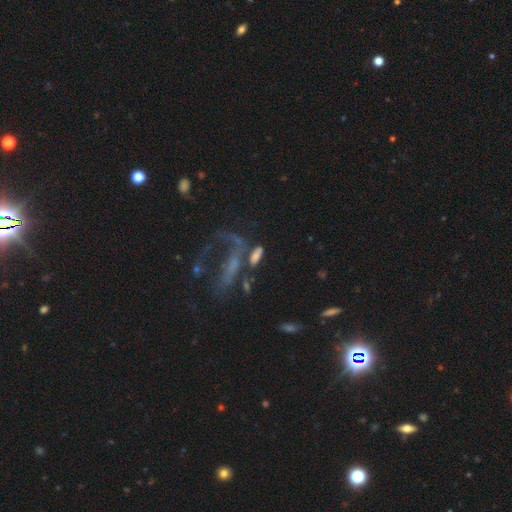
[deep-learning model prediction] A smooth galaxy with no disk features (51%) that is in between round and cigar-shaped (62%).

Vote fractions:
- Smooth or featured? smooth: 51% / featured or disk: 33% / star or artifact: 16%
- How rounded? in between: 62% / cigar-shaped: 30% / round: 8%
- Merging? none: 40% / merger: 25% / major disturbance: 20% / minor disturbance: 15%